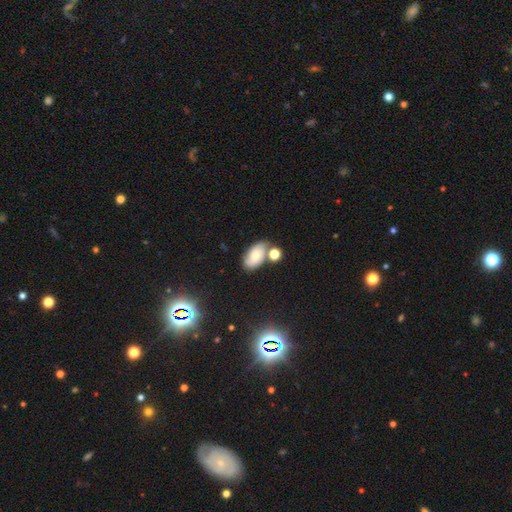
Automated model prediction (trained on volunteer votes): Smooth or featured: smooth — 49% (featured or disk — 39%)
Merging: none — 58% (merger — 19%)